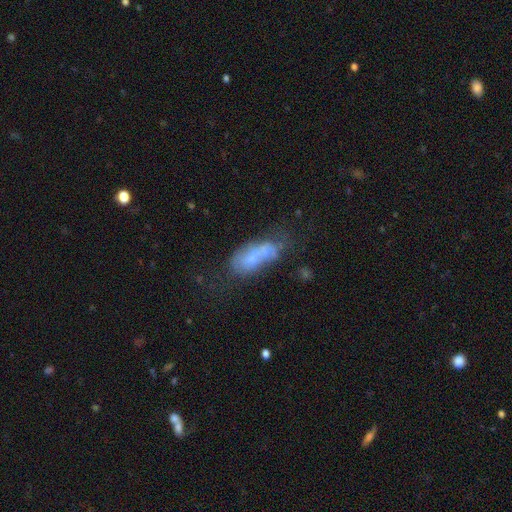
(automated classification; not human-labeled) This appears to be a smooth galaxy with no disk features (53%) that is in between round and cigar-shaped (78%). Merging: none (34%).